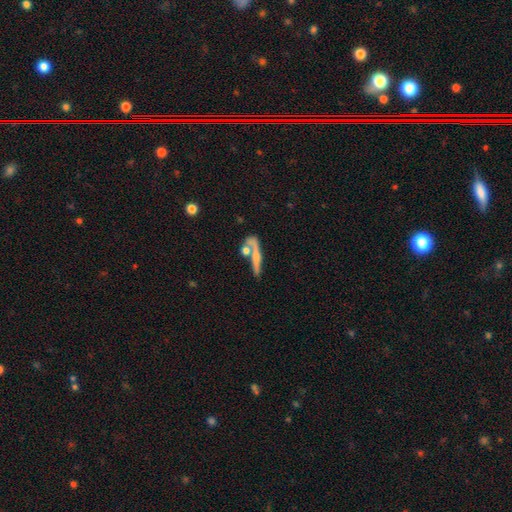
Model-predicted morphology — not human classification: smooth-or-featured: featured or disk: 50% | smooth: 41% | star or artifact: 8%
  disk-edge-on: yes: 73% | no: 27%
  merging: none: 43% | merger: 32% | minor disturbance: 14% | major disturbance: 10%